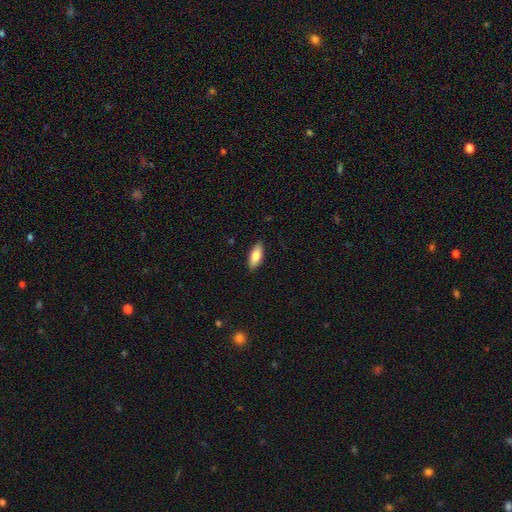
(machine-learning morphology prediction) This appears to be a smooth galaxy with no disk features (82%) that is in between round and cigar-shaped (78%). Merging: none (88%).